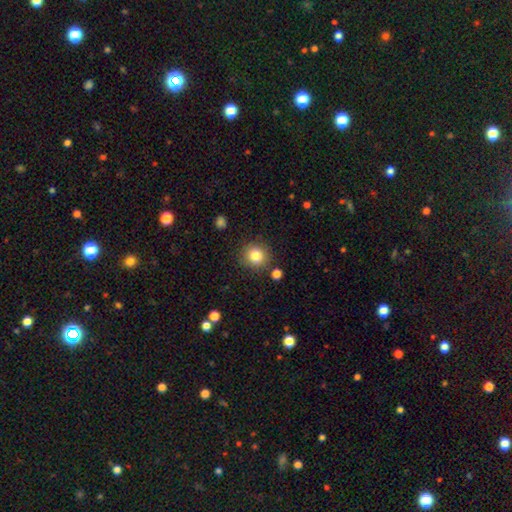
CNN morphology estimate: smooth_or_featured: smooth (p=0.82) [alt: star or artifact p=0.11]
how_rounded: round (p=0.91) [alt: in between p=0.08]
merging: none (p=0.86) [alt: minor disturbance p=0.08]